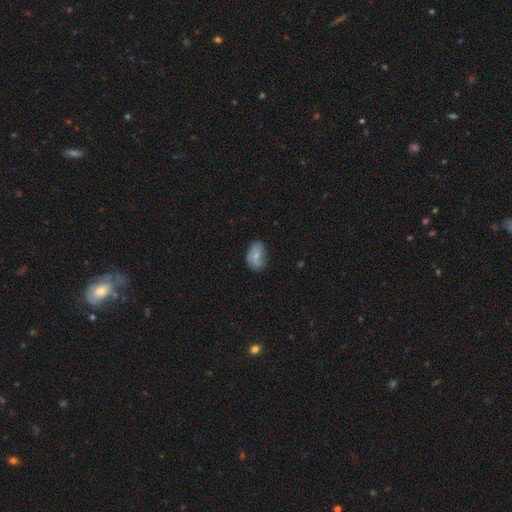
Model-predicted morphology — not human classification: smooth_or_featured: smooth (p=0.50) [alt: featured or disk p=0.42]
how_rounded: in between (p=0.84) [alt: round p=0.15]
merging: none (p=0.68) [alt: minor disturbance p=0.24]